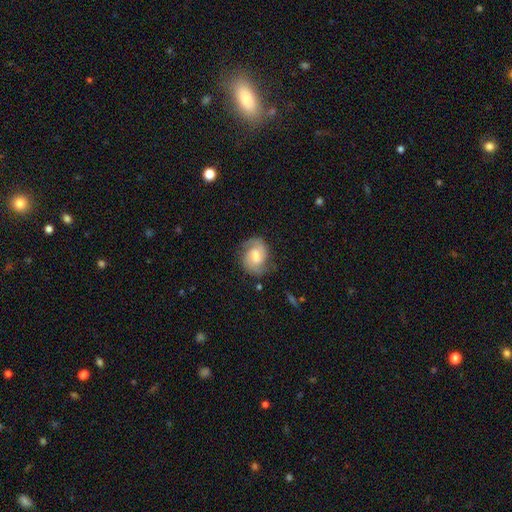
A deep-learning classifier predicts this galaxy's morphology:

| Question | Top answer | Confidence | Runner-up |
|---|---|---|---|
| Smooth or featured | featured or disk | 79% | smooth (15%) |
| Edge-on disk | no | 98% | yes (2%) |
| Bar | weak | 51% | no (38%) |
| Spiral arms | yes | 96% | no (4%) |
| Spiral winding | medium | 46% | tight (41%) |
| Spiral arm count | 2 | 88% | can't tell (5%) |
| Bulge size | moderate | 60% | small (23%) |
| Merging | none | 77% | minor disturbance (16%) |